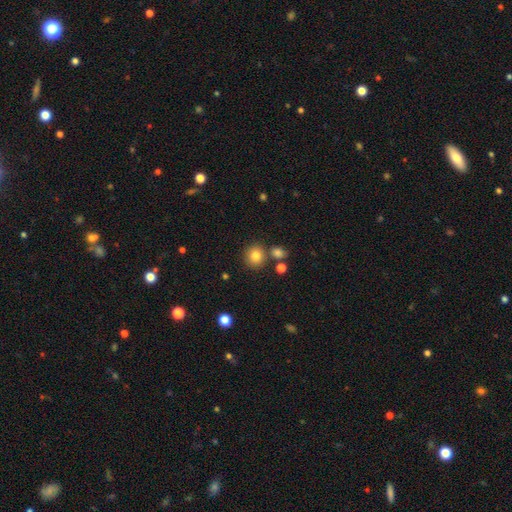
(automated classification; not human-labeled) smooth 81%, star or artifact 12%, featured or disk 7%. Down the decision tree: how rounded — round (88%); merging — none (78%).